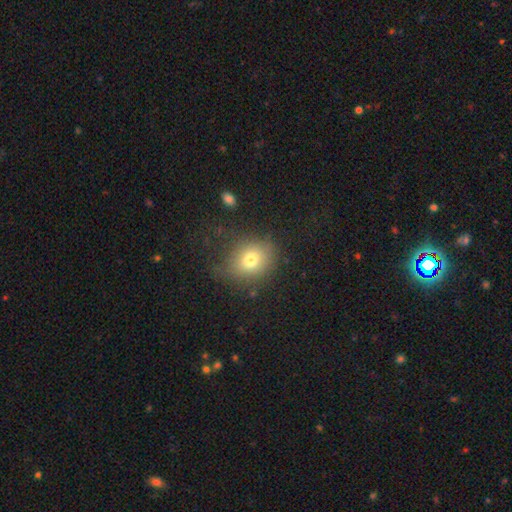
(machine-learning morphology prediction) A smooth galaxy with no disk features (62%) that is round (69%).

Vote fractions:
- Smooth or featured? smooth: 62% / star or artifact: 26% / featured or disk: 12%
- How rounded? round: 69% / in between: 30% / cigar-shaped: 1%
- Merging? none: 73% / minor disturbance: 17% / major disturbance: 8% / merger: 2%